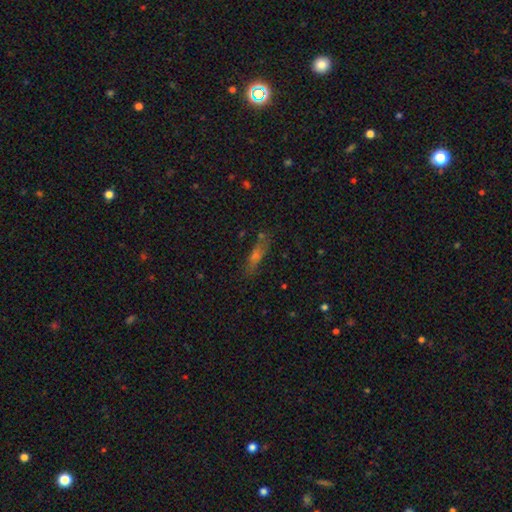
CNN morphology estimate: smooth-or-featured: smooth: 47% | featured or disk: 35% | star or artifact: 17%
  merging: none: 79% | minor disturbance: 14% | major disturbance: 4% | merger: 3%